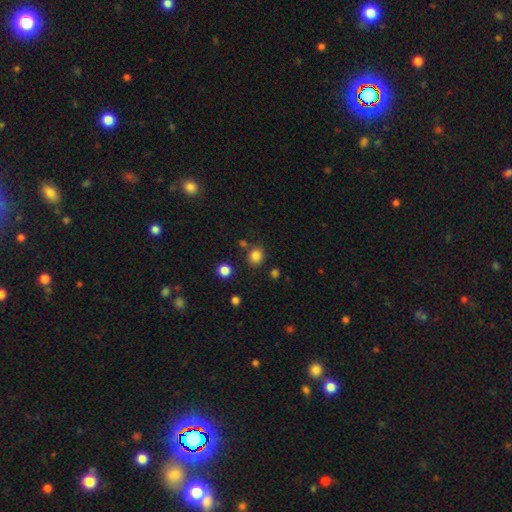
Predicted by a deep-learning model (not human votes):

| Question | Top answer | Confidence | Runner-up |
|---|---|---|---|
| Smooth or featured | smooth | 82% | star or artifact (13%) |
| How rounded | round | 79% | in between (21%) |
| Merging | none | 81% | minor disturbance (10%) |